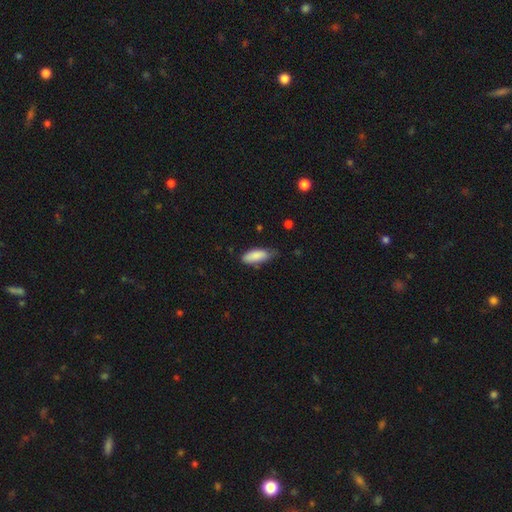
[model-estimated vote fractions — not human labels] smooth 86%, featured or disk 7%, star or artifact 6%. Down the decision tree: how rounded — in between (75%); merging — none (59%).